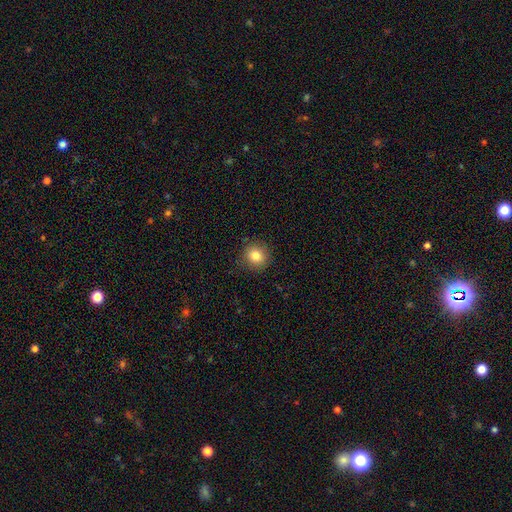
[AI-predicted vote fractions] A smooth galaxy with no disk features (83%) that is round (86%). Merging: none (87%).